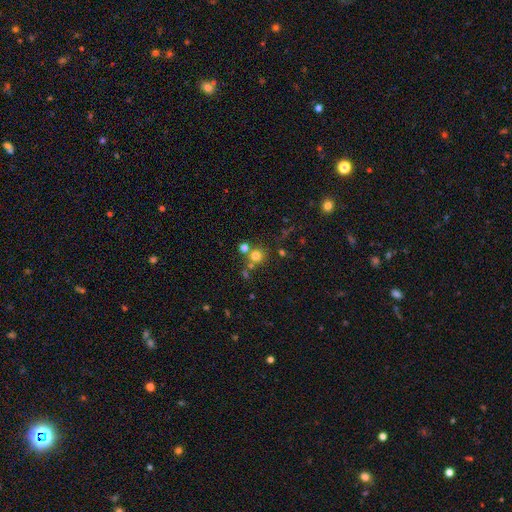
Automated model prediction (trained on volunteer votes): smooth-or-featured: smooth: 72% | star or artifact: 19% | featured or disk: 9%
  how-rounded: round: 90% | in between: 9% | cigar-shaped: 1%
  merging: none: 67% | merger: 20% | minor disturbance: 8% | major disturbance: 4%